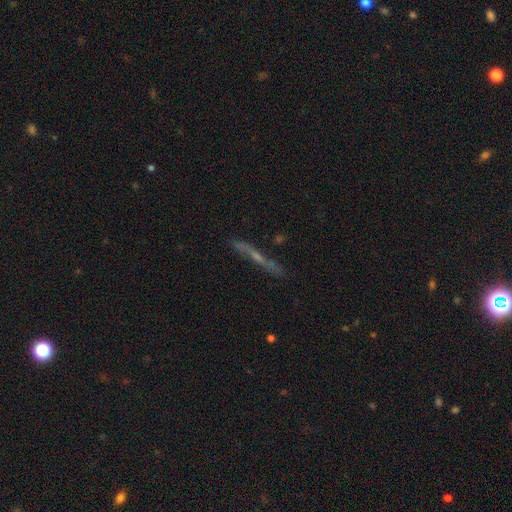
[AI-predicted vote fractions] smooth-or-featured: featured or disk: 63% | smooth: 25% | star or artifact: 11%
  disk-edge-on: yes: 82% | no: 18%
    edge-on-bulge: none: 51% | rounded: 40% | boxy: 9%
  merging: none: 74% | minor disturbance: 17% | major disturbance: 6% | merger: 4%